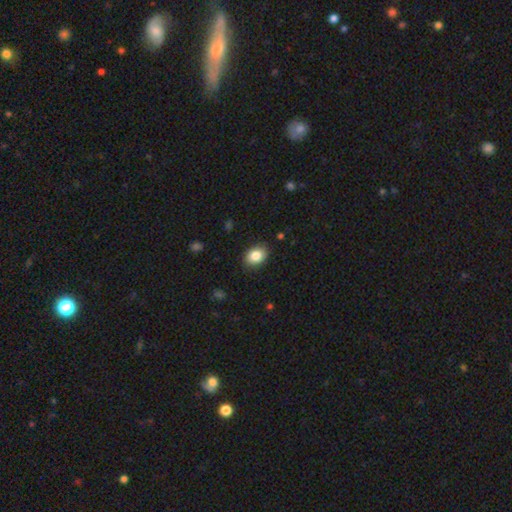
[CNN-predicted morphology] A smooth galaxy with no disk features (85%) that is in between round and cigar-shaped (72%). Merging: none (87%).